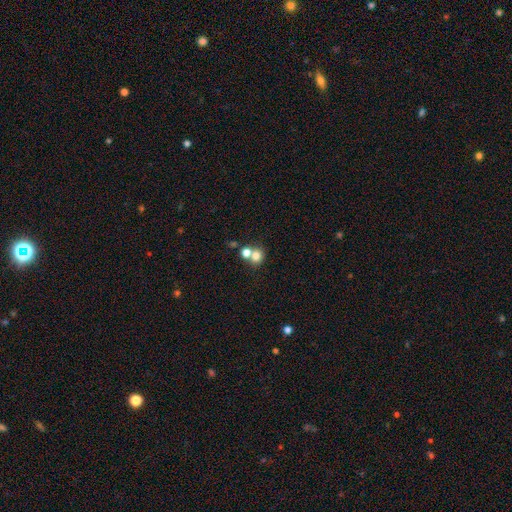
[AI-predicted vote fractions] Morphology: type=smooth (75%); roundness=round (78%); merging=merger (49%).